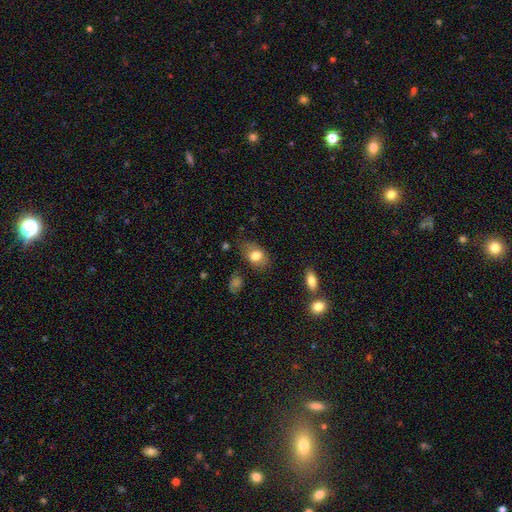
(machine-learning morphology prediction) smooth 77%, featured or disk 14%, star or artifact 8%. Down the decision tree: how rounded — in between (80%); merging — none (70%).